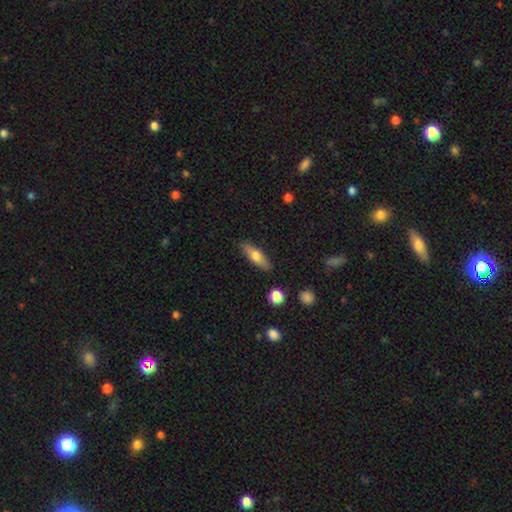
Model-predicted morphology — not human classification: Smooth or featured?
  - smooth: 61% *
  - featured or disk: 33%
  - star or artifact: 7%
How rounded?
  - in between: 53% *
  - cigar-shaped: 44%
  - round: 3%
Merging?
  - none: 85% *
  - minor disturbance: 11%
  - major disturbance: 2%
  - merger: 2%